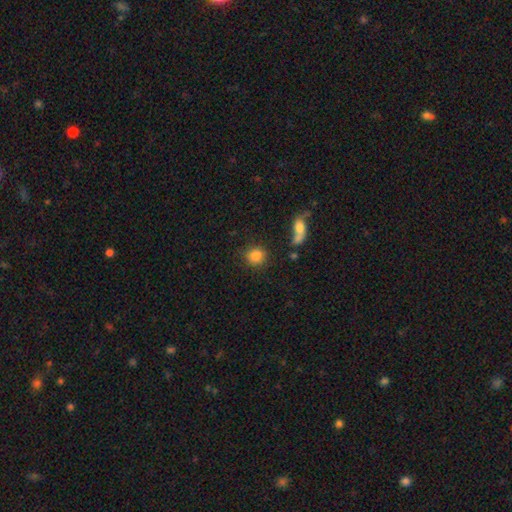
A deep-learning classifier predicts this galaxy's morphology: smooth_or_featured: smooth (p=0.84) [alt: star or artifact p=0.09]
how_rounded: round (p=0.84) [alt: in between p=0.15]
merging: none (p=0.80) [alt: minor disturbance p=0.09]